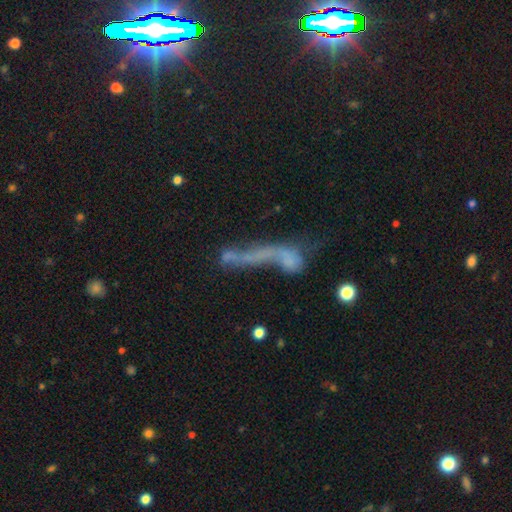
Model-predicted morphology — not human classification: type=featured or disk (46%); merging=merger (43%).